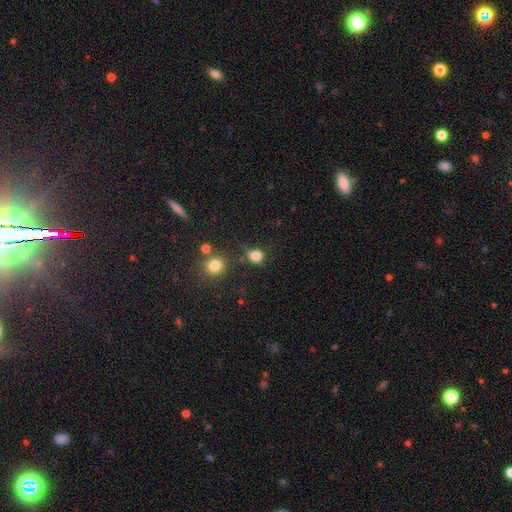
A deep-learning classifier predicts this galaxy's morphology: Smooth or featured: smooth — 80% (star or artifact — 14%)
How rounded: round — 79% (in between — 20%)
Merging: none — 60% (minor disturbance — 22%)